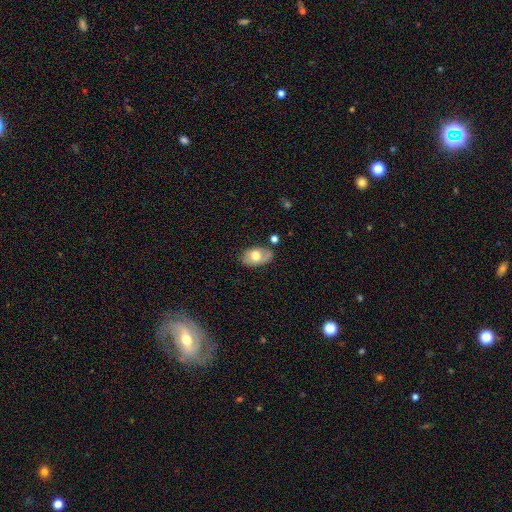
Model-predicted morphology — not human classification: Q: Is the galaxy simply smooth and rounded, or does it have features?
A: smooth — 63%.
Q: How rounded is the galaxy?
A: in between — 91%.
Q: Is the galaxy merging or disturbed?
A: none — 74%.